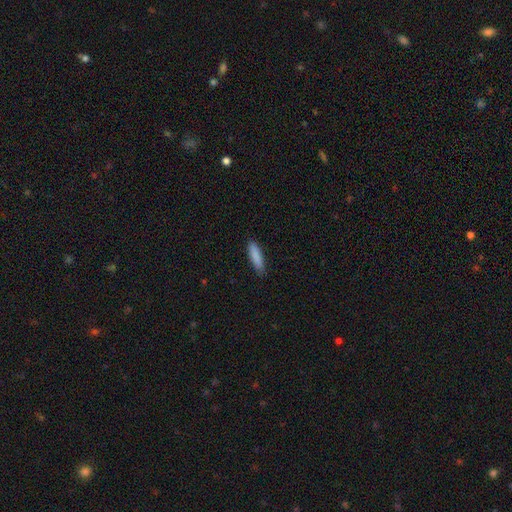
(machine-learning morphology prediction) smooth_or_featured: smooth (p=0.88) [alt: featured or disk p=0.06]
how_rounded: cigar-shaped (p=0.69) [alt: in between p=0.29]
merging: none (p=0.85) [alt: minor disturbance p=0.12]